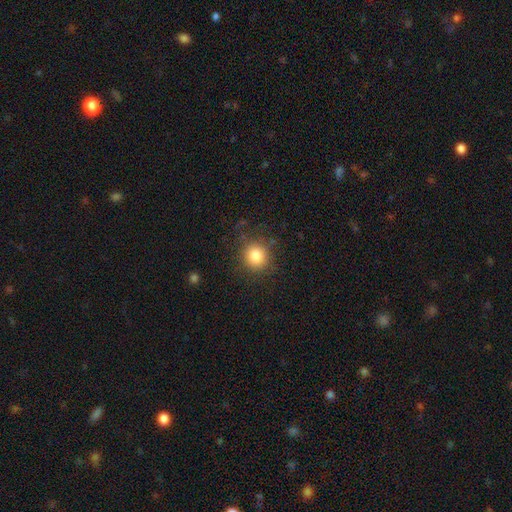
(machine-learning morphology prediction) A smooth galaxy with no disk features (82%) that is round (90%). Merging: none (85%).